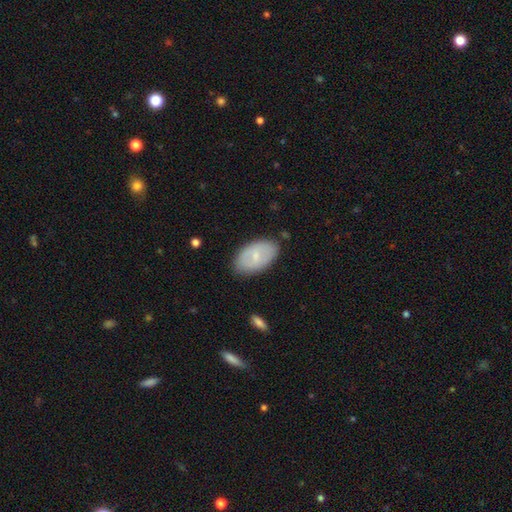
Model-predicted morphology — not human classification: Smooth or featured? smooth (61%)
How rounded? in between (93%)
Merging? none (81%)